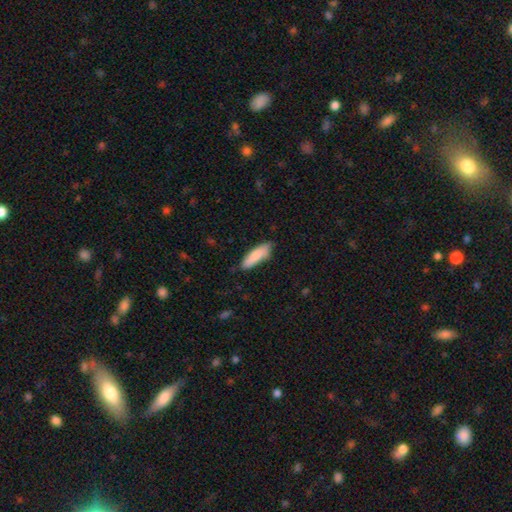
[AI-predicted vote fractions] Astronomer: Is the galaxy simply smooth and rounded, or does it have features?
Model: smooth — 83%.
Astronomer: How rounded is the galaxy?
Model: cigar-shaped — 55% (runner-up: in between, 43%).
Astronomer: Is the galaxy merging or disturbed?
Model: none — 79%.